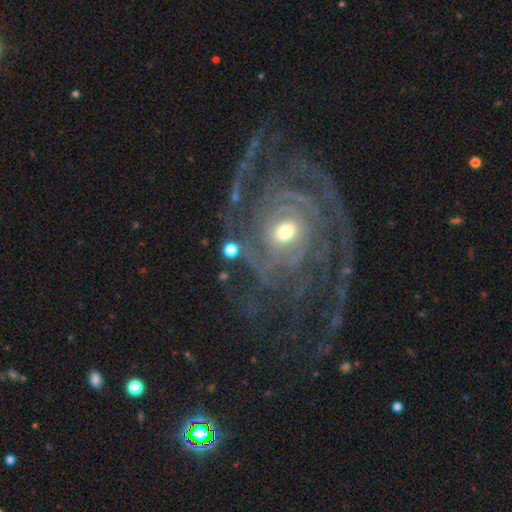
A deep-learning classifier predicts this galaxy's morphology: Smooth or featured? featured or disk (90%)
Edge-on disk? no (97%)
Bar? no (67%)
Spiral arms? yes (97%)
Spiral winding? tight (67%)
Spiral arm count? can't tell (22%, tied with 2)
Bulge size? moderate (59%)
Merging? none (67%)